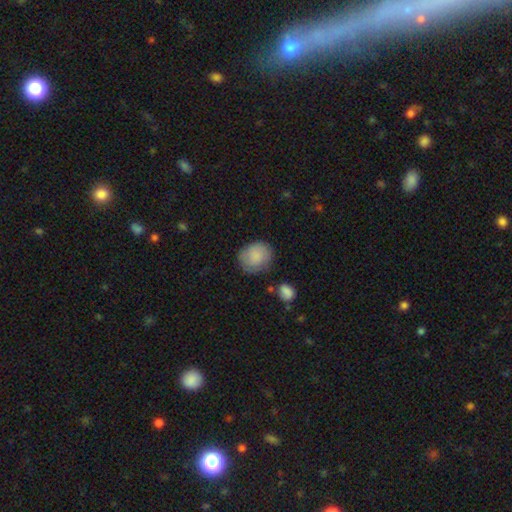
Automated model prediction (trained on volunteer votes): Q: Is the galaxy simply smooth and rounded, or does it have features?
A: smooth — 84%.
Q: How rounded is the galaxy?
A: round — 69%.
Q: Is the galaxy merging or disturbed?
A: none — 70%.